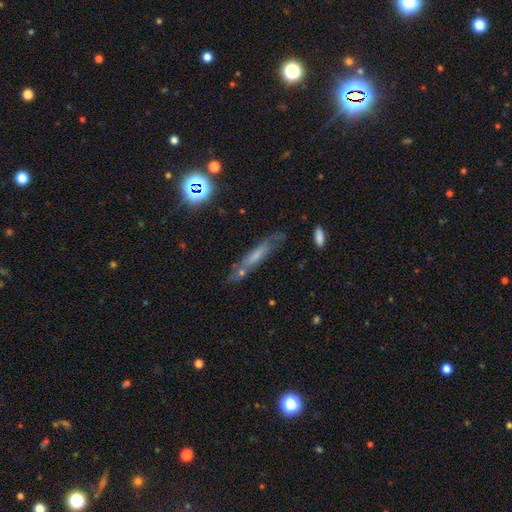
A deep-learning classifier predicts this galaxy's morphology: smooth_or_featured: smooth (p=0.47) [alt: featured or disk p=0.40]
merging: none (p=0.65) [alt: minor disturbance p=0.21]